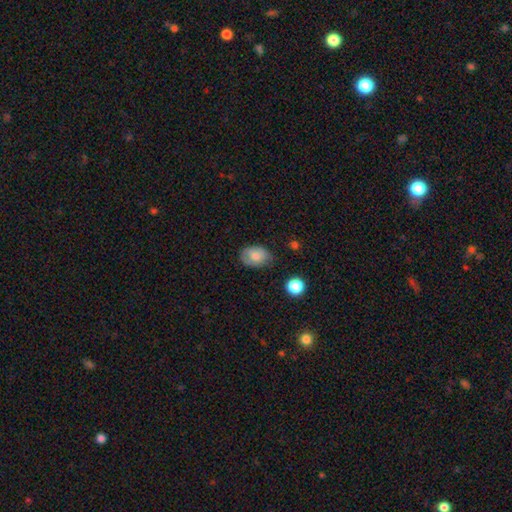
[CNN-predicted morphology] Q: Smooth or featured?
A: smooth (76%); runner-up: featured or disk (15%)
Q: How rounded?
A: in between (78%); runner-up: round (21%)
Q: Merging?
A: none (68%); runner-up: minor disturbance (25%)